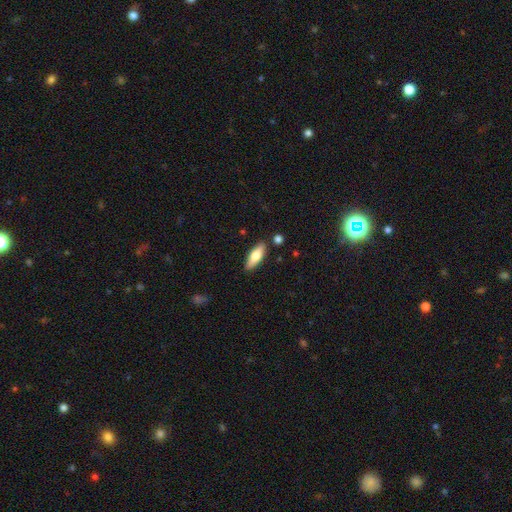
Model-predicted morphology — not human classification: smooth-or-featured: smooth: 68% | featured or disk: 26% | star or artifact: 6%
  how-rounded: in between: 58% | cigar-shaped: 39% | round: 2%
  merging: none: 86% | minor disturbance: 9% | merger: 3% | major disturbance: 2%